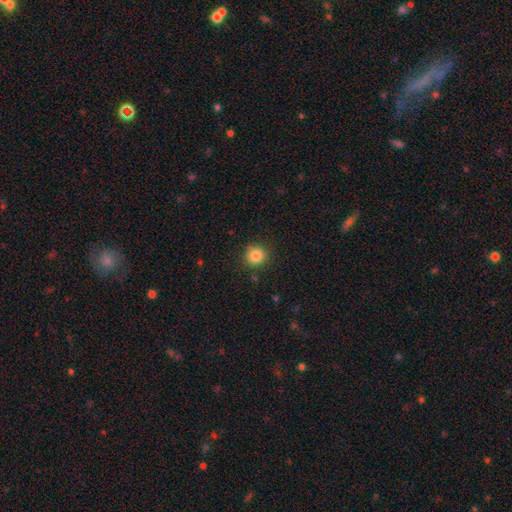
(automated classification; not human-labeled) Smooth or featured? smooth (85%)
How rounded? round (92%)
Merging? none (88%)